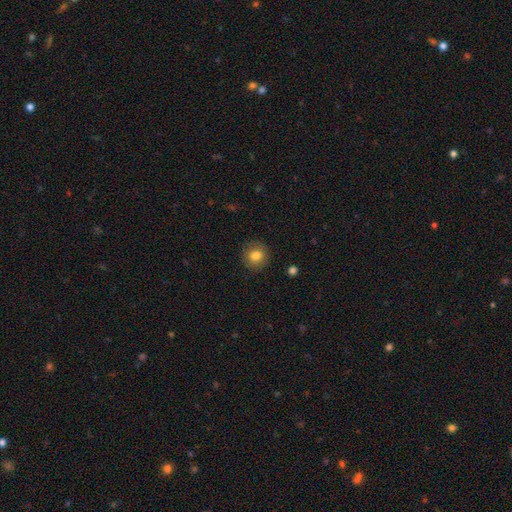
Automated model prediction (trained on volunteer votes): Smooth or featured? smooth (81%)
How rounded? round (91%)
Merging? none (89%)